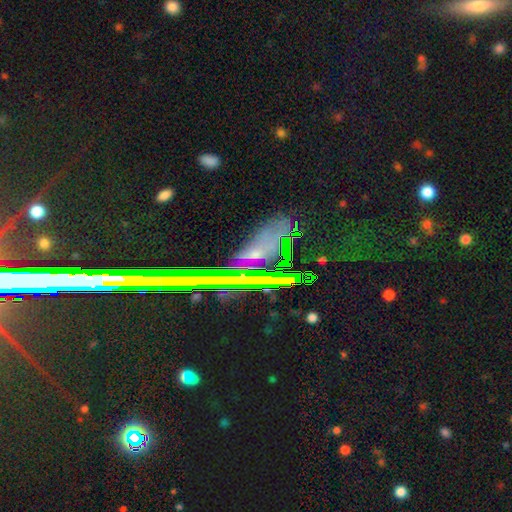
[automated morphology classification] Smooth or featured? Predicted: star or artifact (p=0.68).